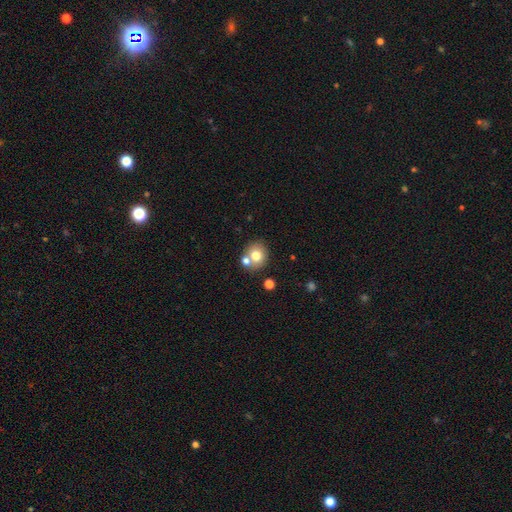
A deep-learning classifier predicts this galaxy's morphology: Smooth or featured? smooth (73%)
How rounded? round (73%)
Merging? none (60%)